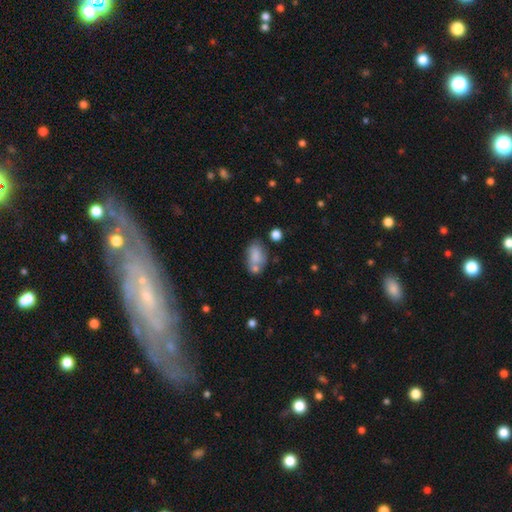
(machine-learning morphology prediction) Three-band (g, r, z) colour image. It shows a smooth galaxy with no disk features (76%) that is in between round and cigar-shaped (88%). Merging: none (47%).